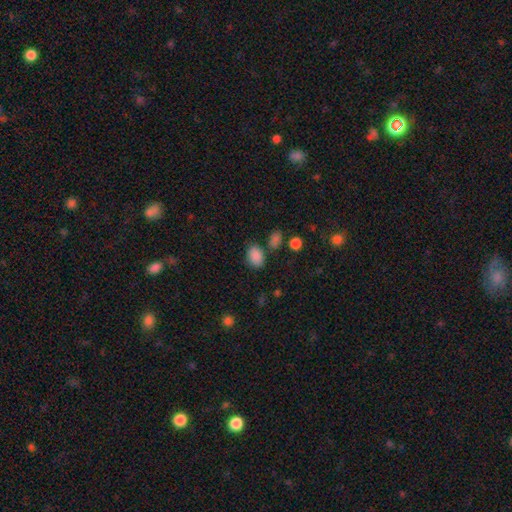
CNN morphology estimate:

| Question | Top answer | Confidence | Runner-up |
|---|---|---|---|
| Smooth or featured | smooth | 85% | star or artifact (10%) |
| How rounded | in between | 76% | round (23%) |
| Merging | none | 72% | minor disturbance (16%) |